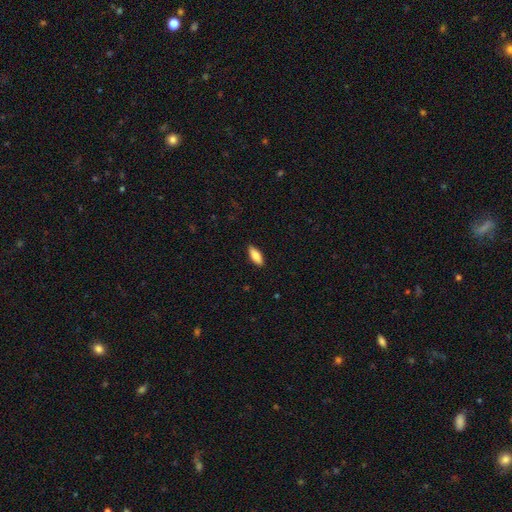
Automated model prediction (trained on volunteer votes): This appears to be a smooth galaxy with no disk features (84%) that is in between round and cigar-shaped (77%). Merging: none (89%).